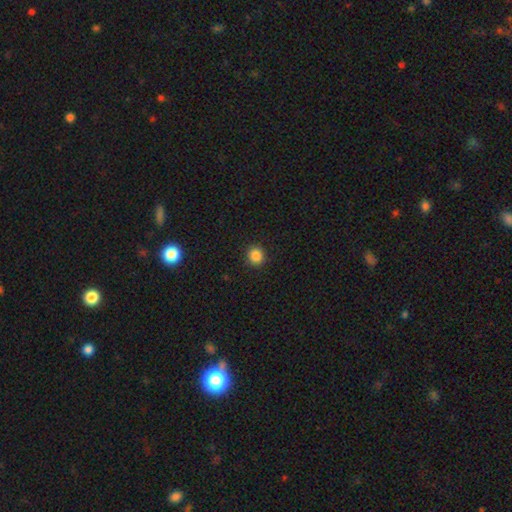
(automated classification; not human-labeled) Smooth or featured? smooth (86%)
How rounded? round (87%)
Merging? none (91%)